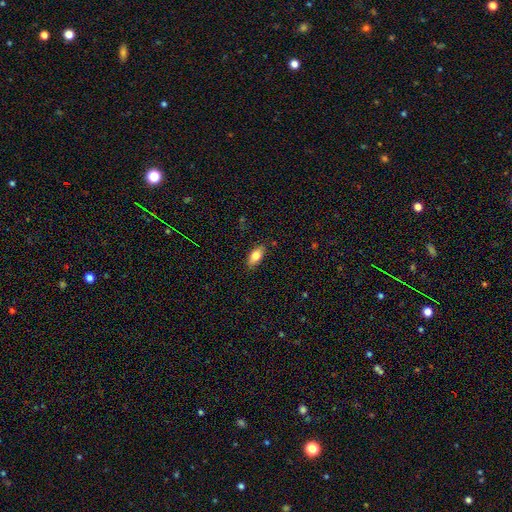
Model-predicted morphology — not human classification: Overall: smooth (81%). How rounded: in between (88%). Merging: none (84%).